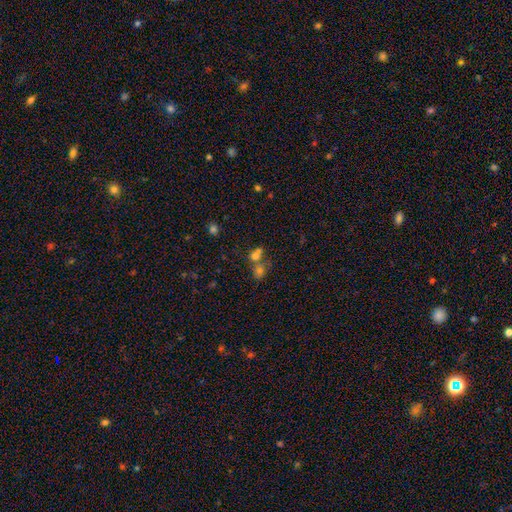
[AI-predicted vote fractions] smooth-or-featured: smooth: 66% | star or artifact: 20% | featured or disk: 14%
  how-rounded: round: 63% | in between: 35% | cigar-shaped: 2%
  merging: merger: 57% | none: 31% | minor disturbance: 7% | major disturbance: 5%